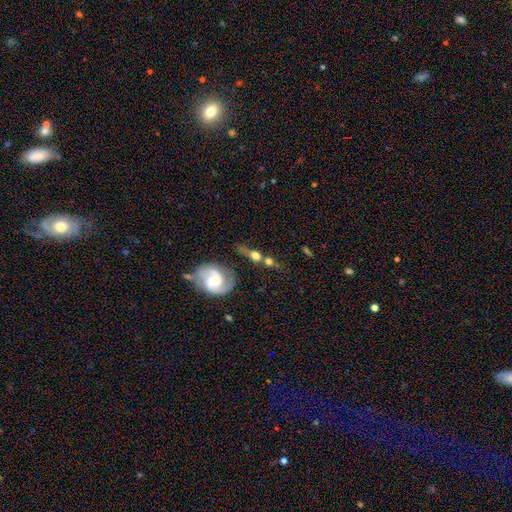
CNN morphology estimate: Overall: featured or disk (48%; smooth 42%). Merging: none (50%; merger 22%).